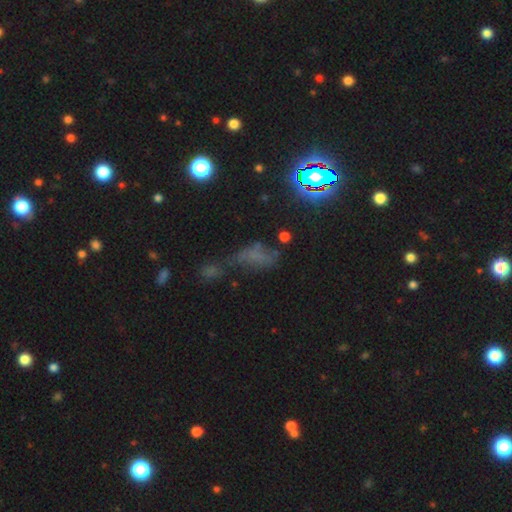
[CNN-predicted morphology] Overall: smooth (40%; star or artifact 36%). Merging: none (31%, tied with major disturbance).